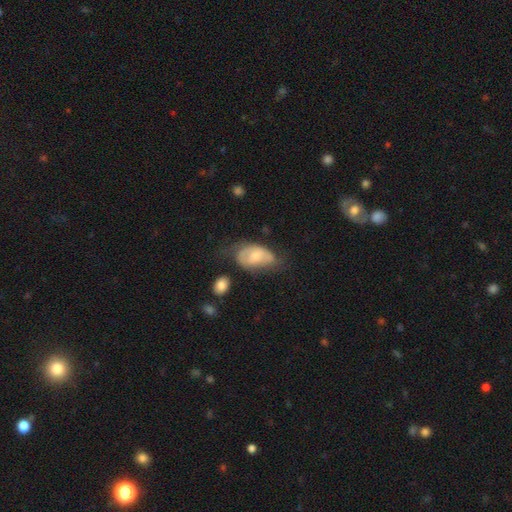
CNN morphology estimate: type=smooth (50%); roundness=in between (91%); merging=minor disturbance (33%).